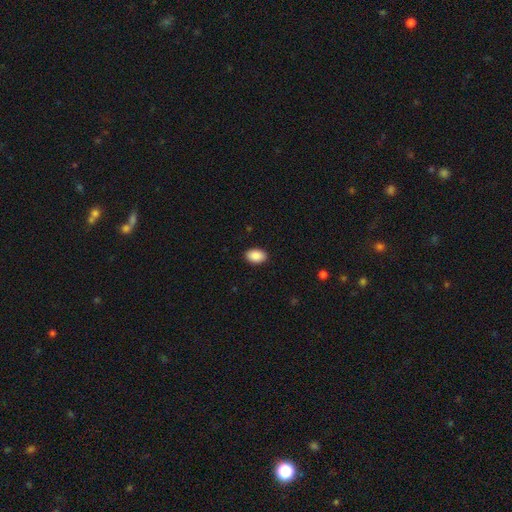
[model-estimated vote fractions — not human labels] Morphology: type=smooth (90%); roundness=in between (88%); merging=none (90%).